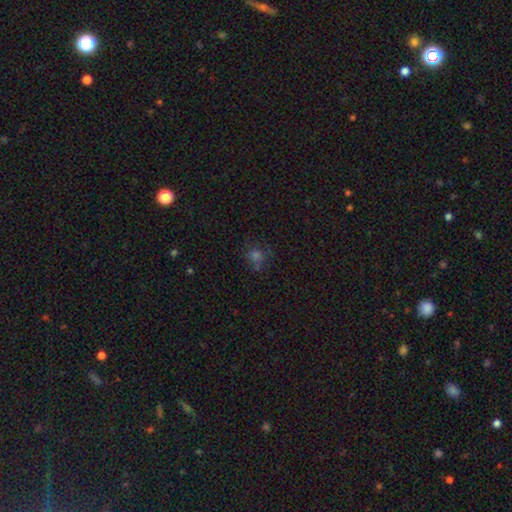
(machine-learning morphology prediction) smooth-or-featured: smooth: 52% | star or artifact: 35% | featured or disk: 14%
  how-rounded: round: 84% | in between: 15% | cigar-shaped: 1%
  merging: none: 68% | minor disturbance: 16% | major disturbance: 8% | merger: 8%